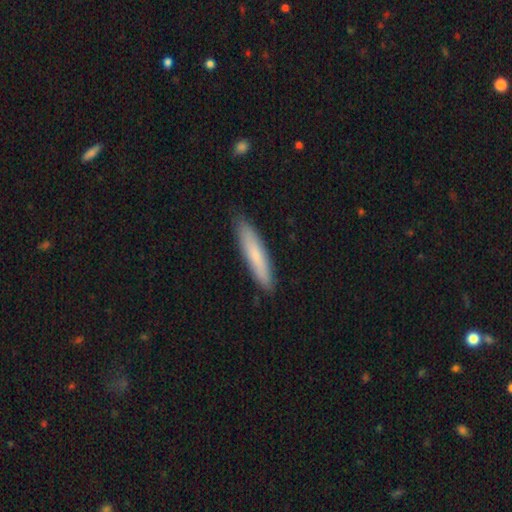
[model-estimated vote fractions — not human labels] The model was most divided on "smooth or featured": smooth: 74%, featured or disk: 21%, star or artifact: 6%. More confident: how rounded — cigar-shaped (89%); merging — none (88%).